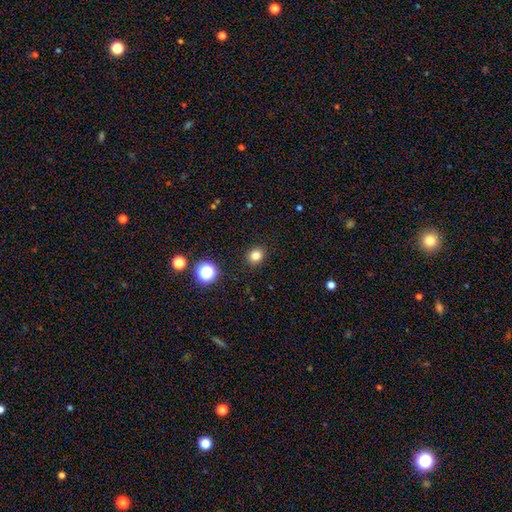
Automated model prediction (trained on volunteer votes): A smooth galaxy with no disk features (81%) that is round (79%).

Vote fractions:
- Smooth or featured? smooth: 81% / star or artifact: 14% / featured or disk: 5%
- How rounded? round: 79% / in between: 20% / cigar-shaped: 1%
- Merging? none: 90% / minor disturbance: 6% / major disturbance: 2% / merger: 1%